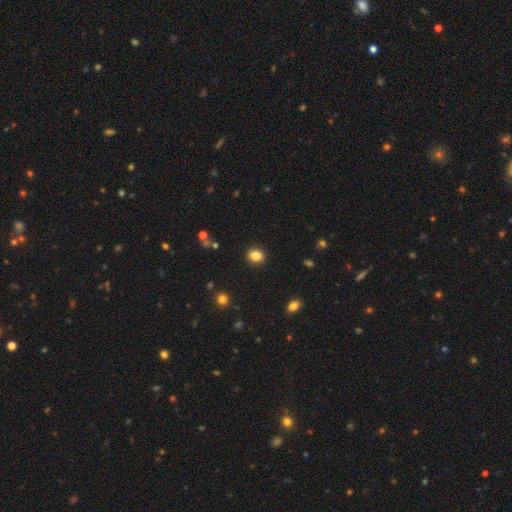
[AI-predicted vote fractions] smooth 85%, star or artifact 10%, featured or disk 5%. Down the decision tree: how rounded — round (66%); merging — none (90%).